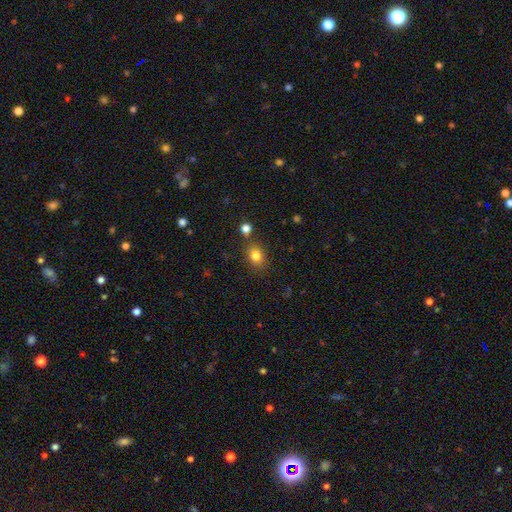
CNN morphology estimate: smooth_or_featured: smooth (p=0.82) [alt: star or artifact p=0.12]
how_rounded: in between (p=0.50) [alt: round p=0.49]
merging: none (p=0.75) [alt: minor disturbance p=0.12]